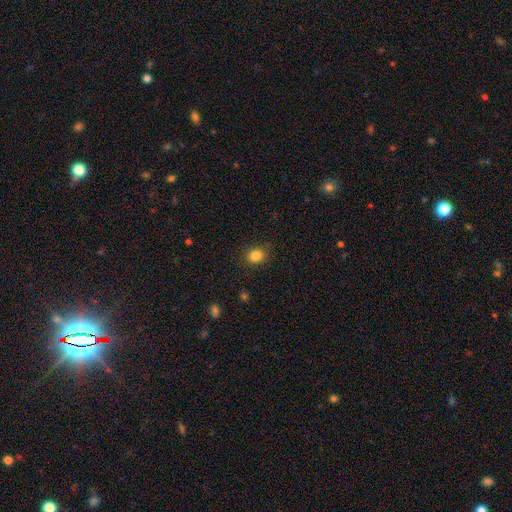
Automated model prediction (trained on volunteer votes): smooth_or_featured: smooth (p=0.84) [alt: star or artifact p=0.11]
how_rounded: round (p=0.68) [alt: in between p=0.31]
merging: none (p=0.87) [alt: minor disturbance p=0.09]